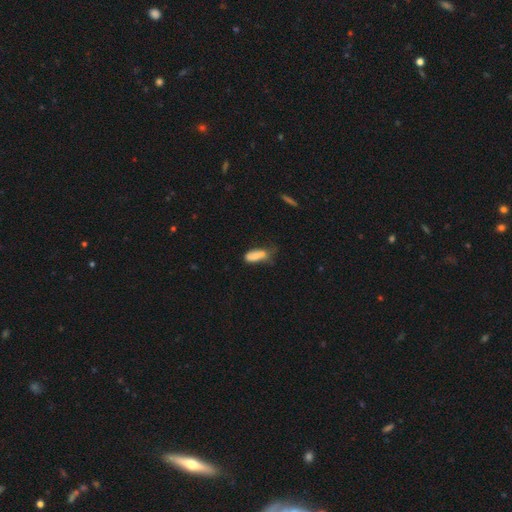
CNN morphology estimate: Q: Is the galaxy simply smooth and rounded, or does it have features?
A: smooth — 75%.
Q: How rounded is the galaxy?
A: in between — 75%.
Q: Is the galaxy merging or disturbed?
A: minor disturbance — 33%.